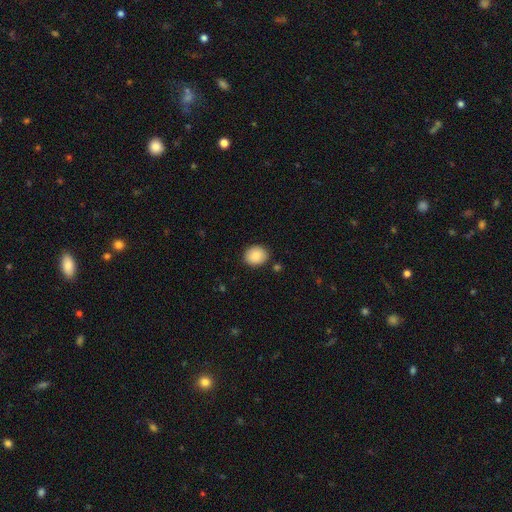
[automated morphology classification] A smooth galaxy with no disk features (89%) that is round (62%). Merging: none (87%).